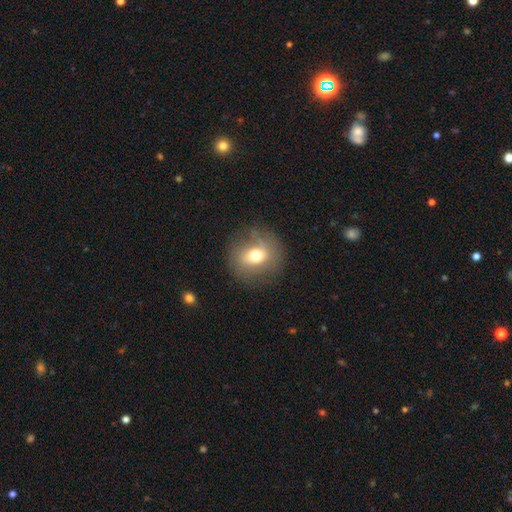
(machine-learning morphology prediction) Smooth or featured? Predicted: smooth (p=0.63). How rounded? Predicted: round (p=0.78). Merging? Predicted: none (p=0.79).